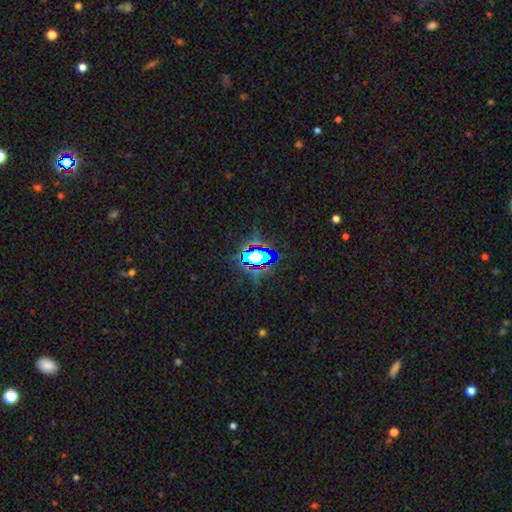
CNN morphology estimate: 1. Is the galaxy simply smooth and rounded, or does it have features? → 66% star or artifact, 18% smooth, 16% featured or disk.